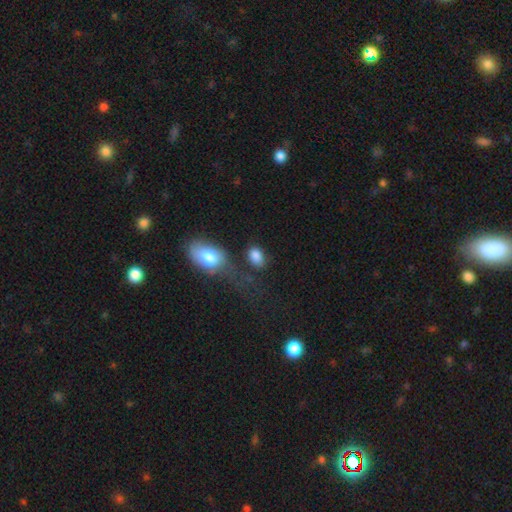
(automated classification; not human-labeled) smooth_or_featured: smooth (p=0.85) [alt: star or artifact p=0.08]
how_rounded: in between (p=0.78) [alt: round p=0.20]
merging: none (p=0.57) [alt: minor disturbance p=0.17]